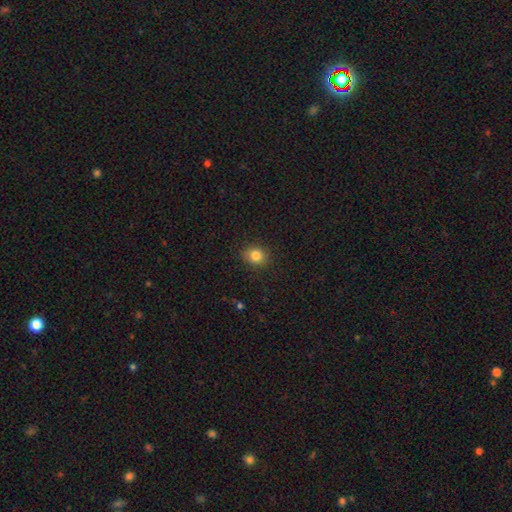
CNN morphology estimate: smooth_or_featured: smooth (p=0.83) [alt: star or artifact p=0.11]
how_rounded: round (p=0.63) [alt: in between p=0.36]
merging: none (p=0.86) [alt: minor disturbance p=0.10]